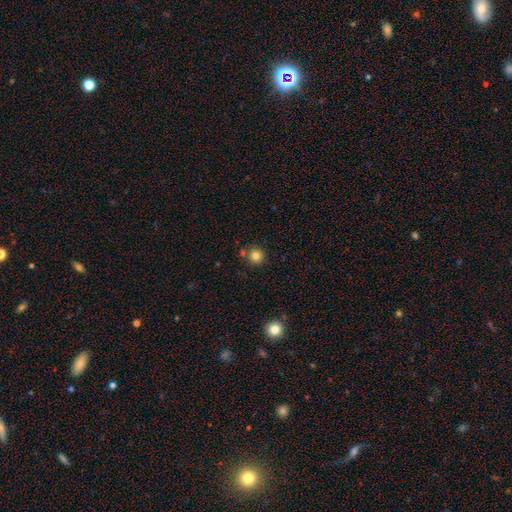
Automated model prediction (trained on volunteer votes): A smooth galaxy with no disk features (82%) that is round (94%). Merging: none (80%).